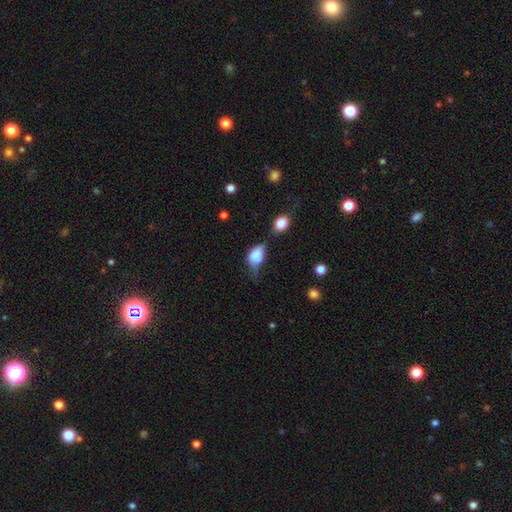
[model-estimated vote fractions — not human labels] Smooth or featured?
  - smooth: 64% *
  - featured or disk: 26%
  - star or artifact: 10%
How rounded?
  - in between: 74% *
  - round: 22%
  - cigar-shaped: 4%
Merging?
  - minor disturbance: 33% *
  - none: 28%
  - major disturbance: 25%
  - merger: 14%